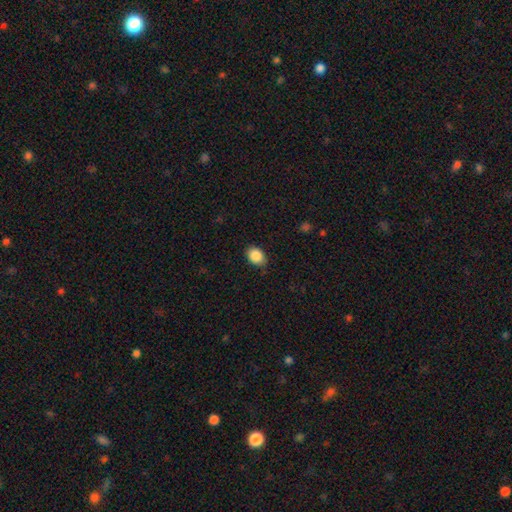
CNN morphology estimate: A smooth galaxy with no disk features (87%) that is in between round and cigar-shaped (67%). Merging: none (80%).